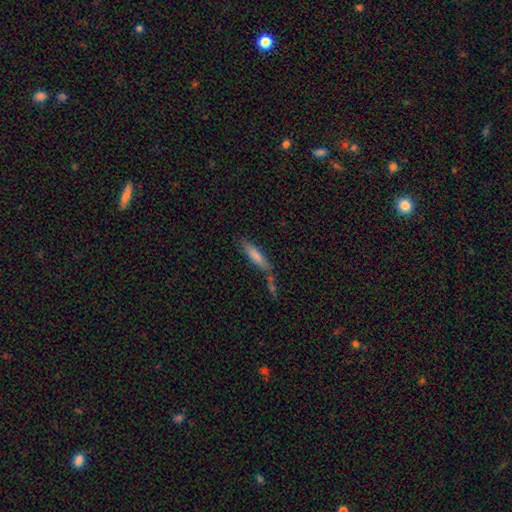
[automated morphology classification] A smooth galaxy with no disk features (77%) that is cigar-shaped (79%). Merging: none (60%).